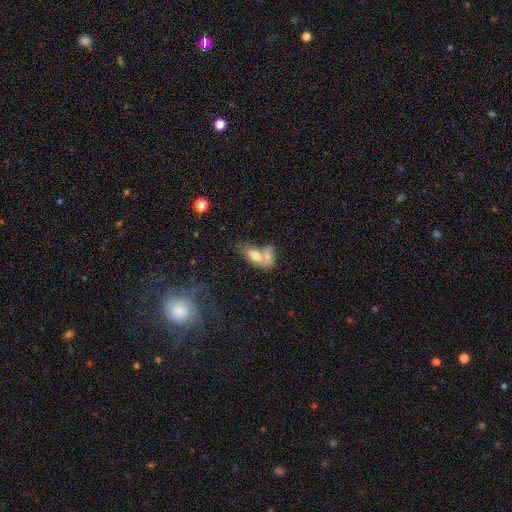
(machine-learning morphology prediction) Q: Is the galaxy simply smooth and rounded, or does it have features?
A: smooth — 67%.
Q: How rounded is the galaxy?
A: in between — 82%.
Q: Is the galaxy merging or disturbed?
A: merger — 67%.